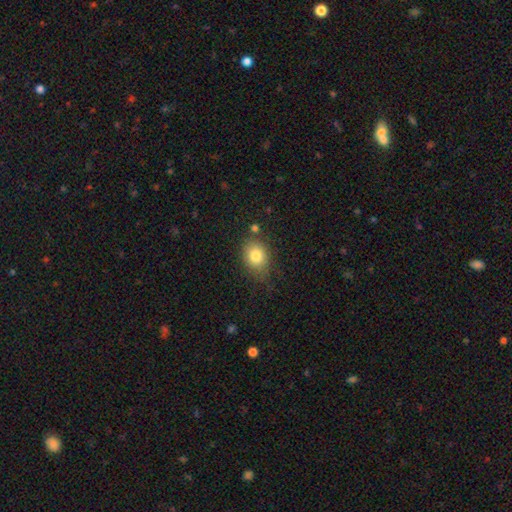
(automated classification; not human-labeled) Overall: smooth (81%). How rounded: in between (54%; round 45%). Merging: none (68%).